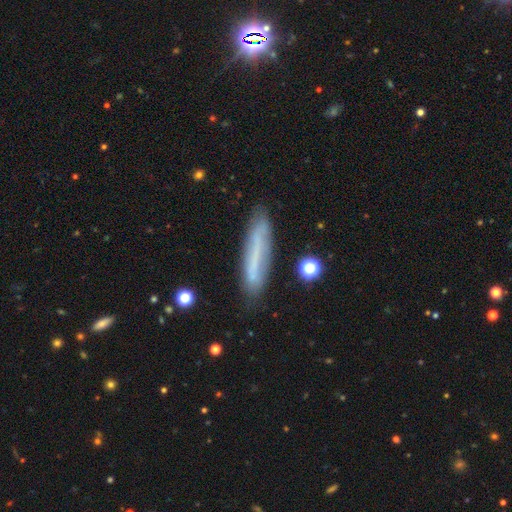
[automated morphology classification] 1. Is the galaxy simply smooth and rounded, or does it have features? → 51% smooth, 40% featured or disk, 10% star or artifact.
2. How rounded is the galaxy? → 87% cigar-shaped, 12% in between, 2% round.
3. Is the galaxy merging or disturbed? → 78% none, 15% minor disturbance, 4% major disturbance, 3% merger.